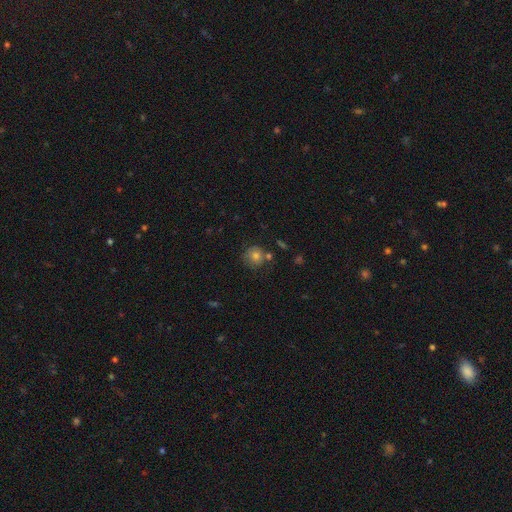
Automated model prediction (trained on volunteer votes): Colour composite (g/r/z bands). It shows a smooth galaxy with no disk features (74%) that is round (89%). Merging: none (69%).